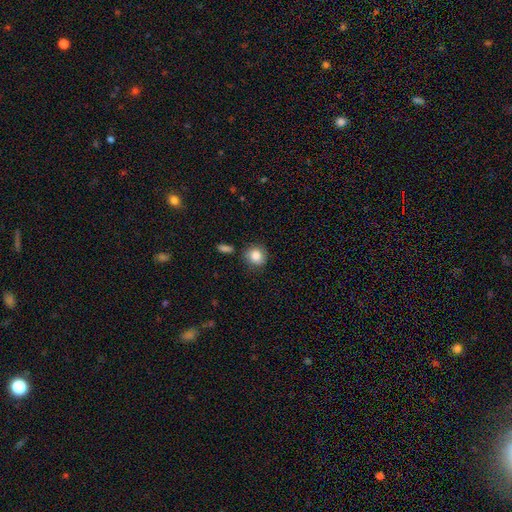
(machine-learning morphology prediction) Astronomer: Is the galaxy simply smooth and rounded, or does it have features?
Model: smooth — 84%.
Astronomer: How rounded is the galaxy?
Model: round — 85%.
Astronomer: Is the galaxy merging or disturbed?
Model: none — 77%.